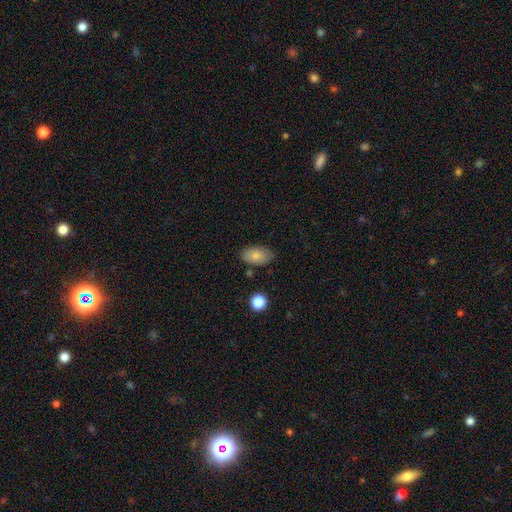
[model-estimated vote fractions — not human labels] The model was most divided on "merging": none: 77%, minor disturbance: 16%, major disturbance: 3%, merger: 3%. More confident: how rounded — in between (91%); smooth or featured — smooth (79%).